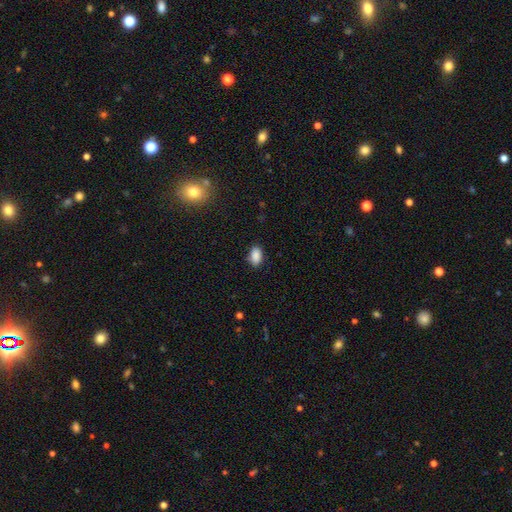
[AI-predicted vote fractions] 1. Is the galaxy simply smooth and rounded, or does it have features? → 89% smooth, 8% star or artifact, 3% featured or disk.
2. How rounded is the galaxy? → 90% in between, 8% round, 2% cigar-shaped.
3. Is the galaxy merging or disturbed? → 84% none, 12% minor disturbance, 3% major disturbance, 1% merger.